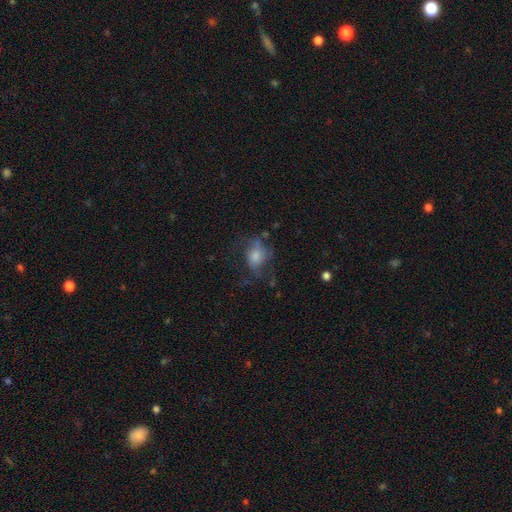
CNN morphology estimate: Smooth or featured?
  - smooth: 47% *
  - featured or disk: 38%
  - star or artifact: 15%
Merging?
  - none: 45% *
  - major disturbance: 30%
  - minor disturbance: 22%
  - merger: 3%